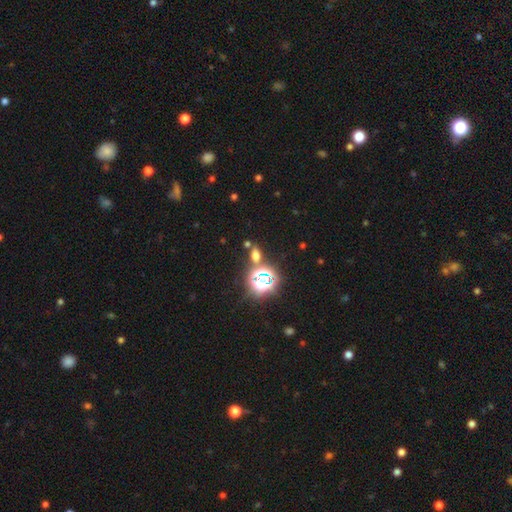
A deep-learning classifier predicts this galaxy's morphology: A smooth galaxy with no disk features (47%). Merging: none (75%).